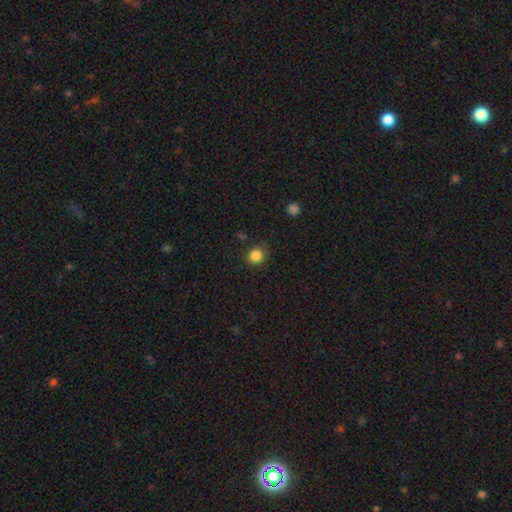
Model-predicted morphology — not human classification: Q: Smooth or featured?
A: smooth (85%); runner-up: star or artifact (11%)
Q: How rounded?
A: round (86%); runner-up: in between (13%)
Q: Merging?
A: none (79%); runner-up: minor disturbance (15%)